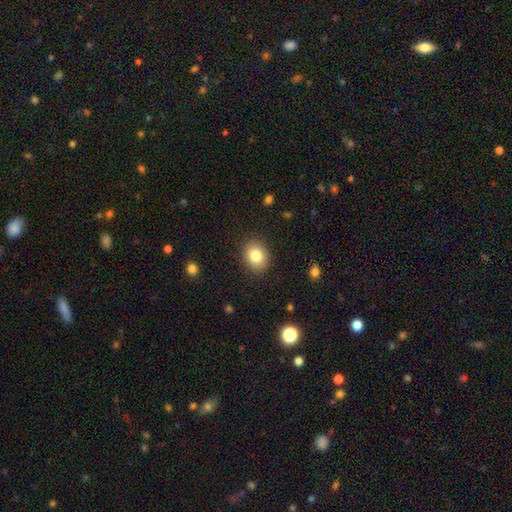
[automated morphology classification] smooth-or-featured: smooth: 82% | star or artifact: 9% | featured or disk: 8%
  how-rounded: in between: 51% | round: 49% | cigar-shaped: 1%
  merging: none: 88% | minor disturbance: 9% | major disturbance: 2% | merger: 1%